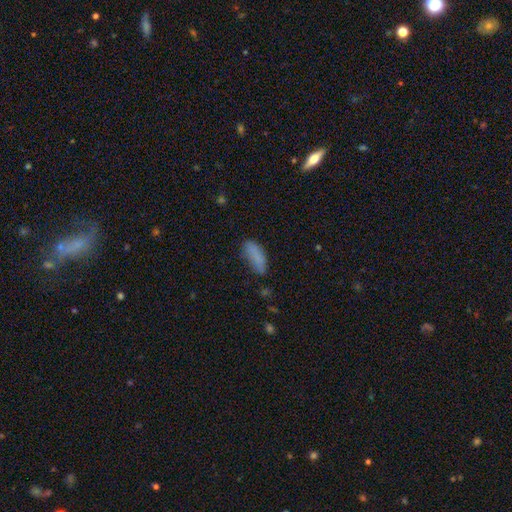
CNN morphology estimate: Q: Smooth or featured?
A: smooth (83%); runner-up: star or artifact (9%)
Q: How rounded?
A: in between (65%); runner-up: cigar-shaped (33%)
Q: Merging?
A: none (61%); runner-up: minor disturbance (27%)